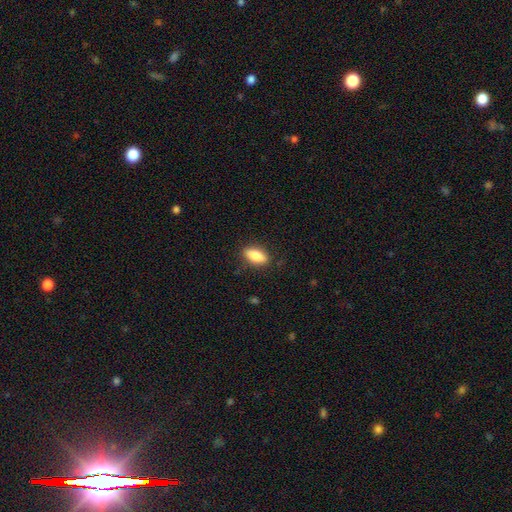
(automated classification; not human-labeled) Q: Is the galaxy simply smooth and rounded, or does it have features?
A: smooth — 84%.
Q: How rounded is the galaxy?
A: in between — 80%.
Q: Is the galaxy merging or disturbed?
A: none — 85%.